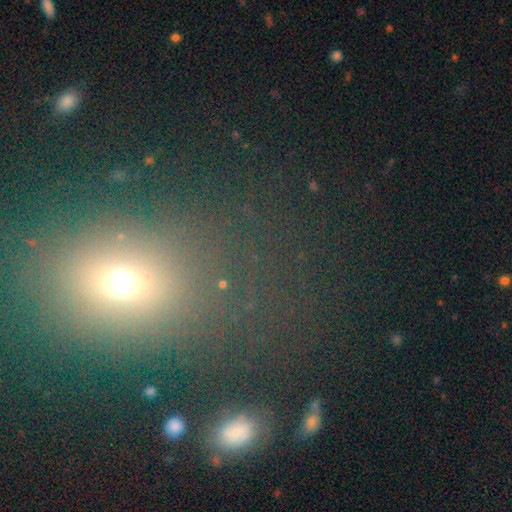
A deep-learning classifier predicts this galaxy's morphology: smooth-or-featured: smooth: 54% | star or artifact: 34% | featured or disk: 12%
  how-rounded: in between: 48% (tied) | round: 48% (tied) | cigar-shaped: 3%
  merging: none: 73% | minor disturbance: 12% | major disturbance: 9% | merger: 6%